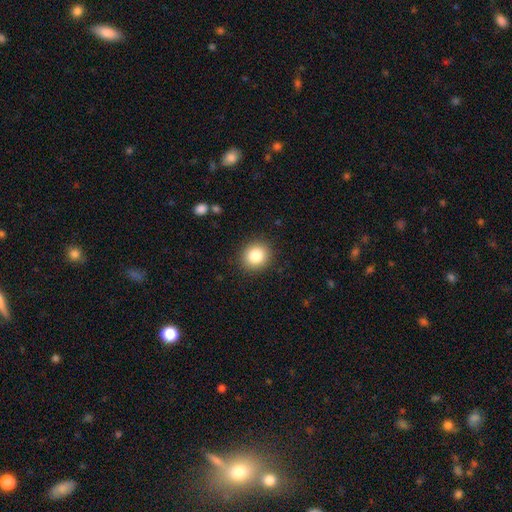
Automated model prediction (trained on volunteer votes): smooth 83%, star or artifact 10%, featured or disk 7%. Down the decision tree: how rounded — round (84%); merging — none (90%).